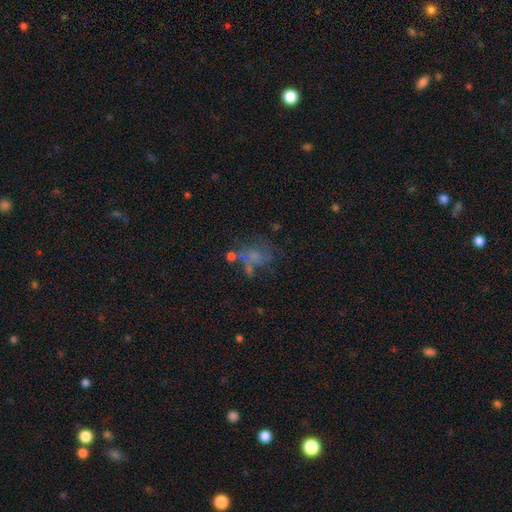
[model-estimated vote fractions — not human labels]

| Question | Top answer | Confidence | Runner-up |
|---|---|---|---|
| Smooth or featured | featured or disk | 39% | smooth (35%) |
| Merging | none | 40% | major disturbance (28%) |